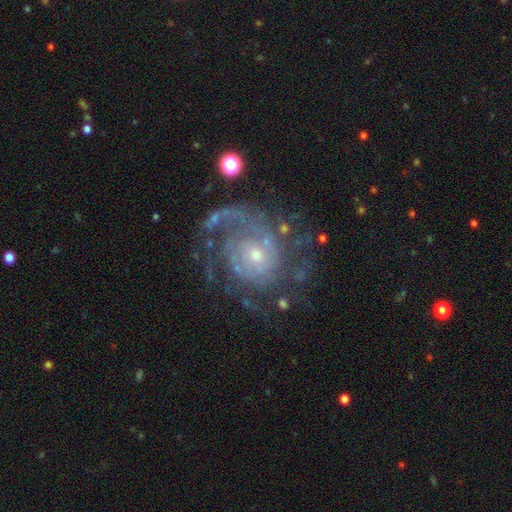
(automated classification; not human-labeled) The model was most divided on "spiral arm count": can't tell: 30%, 2: 27%, 1: 15%, 3: 14%, 4: 8%, more than 4: 6%. Remaining: edge-on disk — no (98%); spiral arms — yes (93%); smooth or featured — featured or disk (86%); bar — no (75%); bulge size — small (62%); merging — none (57%); spiral winding — tight (50%).